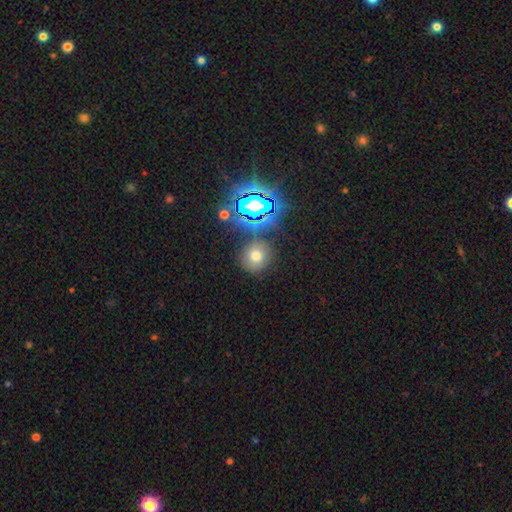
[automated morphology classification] Overall: smooth (65%). How rounded: round (86%). Merging: none (81%).